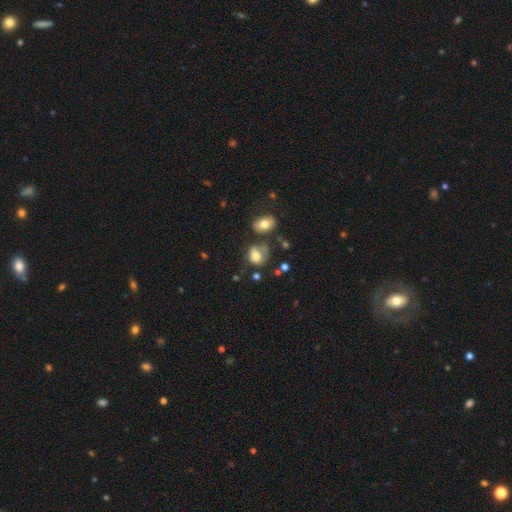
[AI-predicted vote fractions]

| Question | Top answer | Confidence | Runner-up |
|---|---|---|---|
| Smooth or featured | smooth | 73% | featured or disk (16%) |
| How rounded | in between | 50% | round (49%) |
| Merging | none | 36% | minor disturbance (26%) |